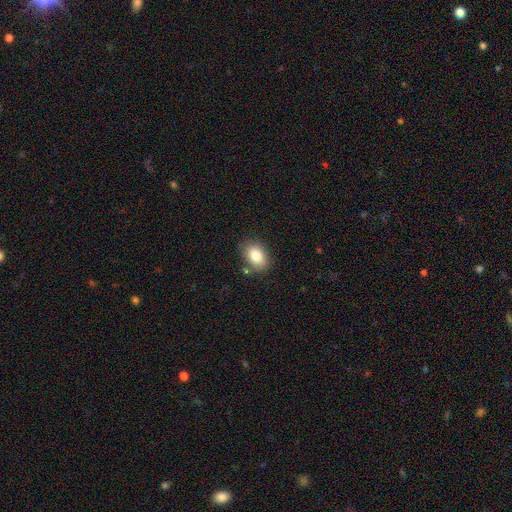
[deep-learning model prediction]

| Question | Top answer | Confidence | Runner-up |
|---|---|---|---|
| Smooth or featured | smooth | 84% | featured or disk (8%) |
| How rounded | in between | 82% | round (17%) |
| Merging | none | 77% | minor disturbance (15%) |